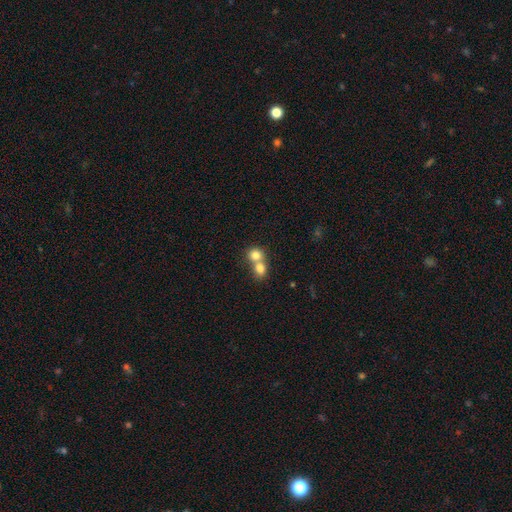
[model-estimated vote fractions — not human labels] This is likely a smooth galaxy (79%). How rounded: likely round (75%). Merging: likely merger (66%).